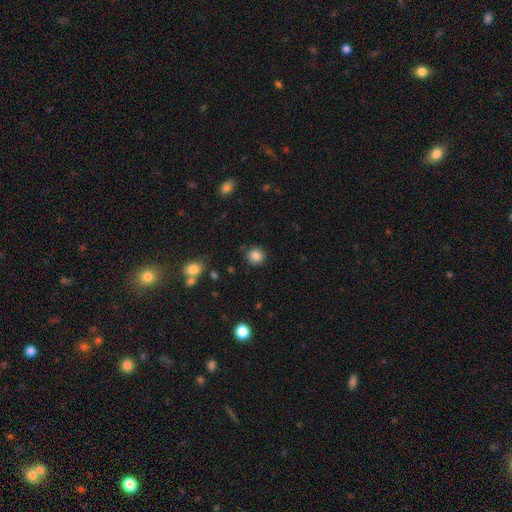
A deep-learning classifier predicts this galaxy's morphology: smooth-or-featured: smooth: 85% | star or artifact: 10% | featured or disk: 5%
  how-rounded: round: 90% | in between: 9% | cigar-shaped: 1%
  merging: none: 86% | minor disturbance: 9% | major disturbance: 3% | merger: 2%